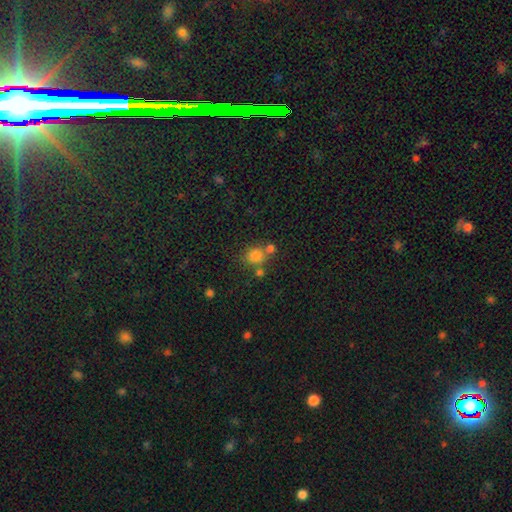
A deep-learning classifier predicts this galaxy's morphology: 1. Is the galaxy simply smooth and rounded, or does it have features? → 78% smooth, 14% star or artifact, 8% featured or disk.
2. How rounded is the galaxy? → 79% round, 20% in between, 1% cigar-shaped.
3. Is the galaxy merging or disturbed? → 60% none, 24% merger, 11% minor disturbance, 4% major disturbance.